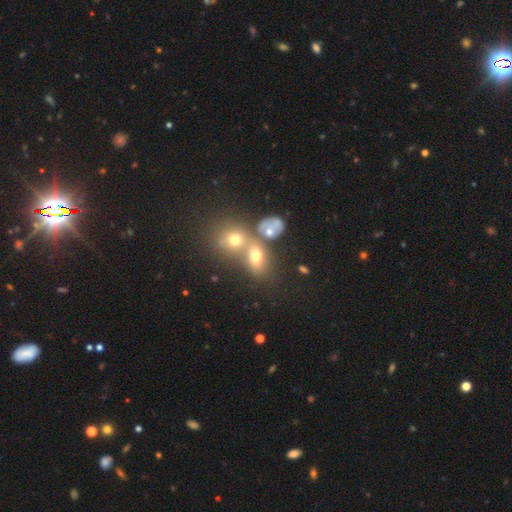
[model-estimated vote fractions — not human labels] smooth-or-featured: smooth: 57% | featured or disk: 24% | star or artifact: 19%
  how-rounded: in between: 57% | round: 41% | cigar-shaped: 3%
  merging: merger: 50% | none: 35% | minor disturbance: 9% | major disturbance: 6%